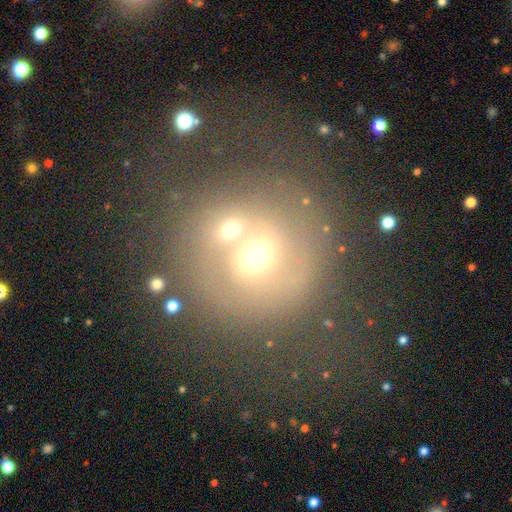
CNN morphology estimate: Smooth or featured? Predicted: smooth (p=0.43). Merging? Predicted: none (p=0.44).